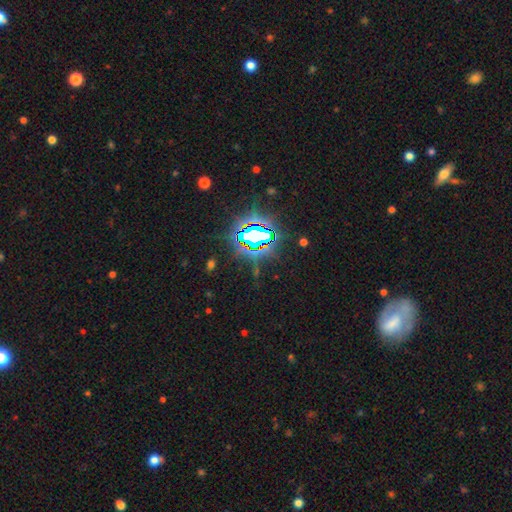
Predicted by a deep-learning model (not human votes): A star or artifact, not a galaxy (80%).